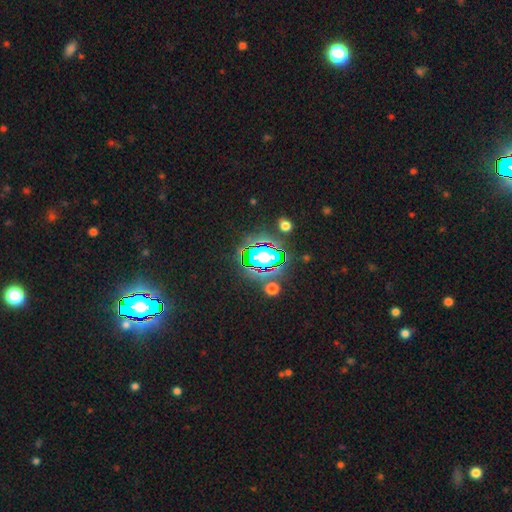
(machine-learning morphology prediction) The model was most divided on "smooth or featured": star or artifact: 74%, smooth: 15%, featured or disk: 11%.